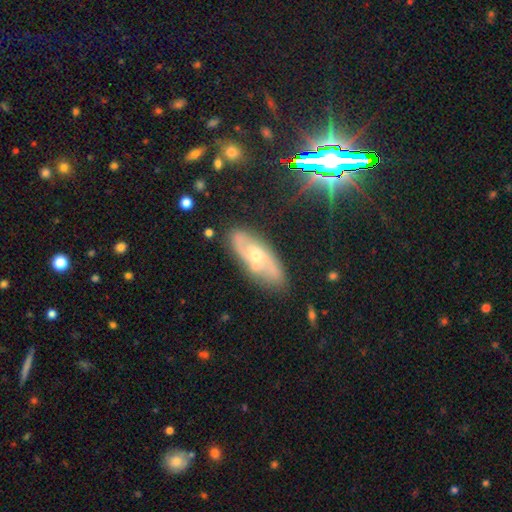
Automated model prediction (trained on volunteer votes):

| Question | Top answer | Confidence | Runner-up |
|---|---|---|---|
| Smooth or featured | featured or disk | 69% | smooth (22%) |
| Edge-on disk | no | 86% | yes (14%) |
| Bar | no | 66% | weak (28%) |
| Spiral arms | yes | 84% | no (16%) |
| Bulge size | moderate | 53% | small (42%) |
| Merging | none | 76% | minor disturbance (16%) |